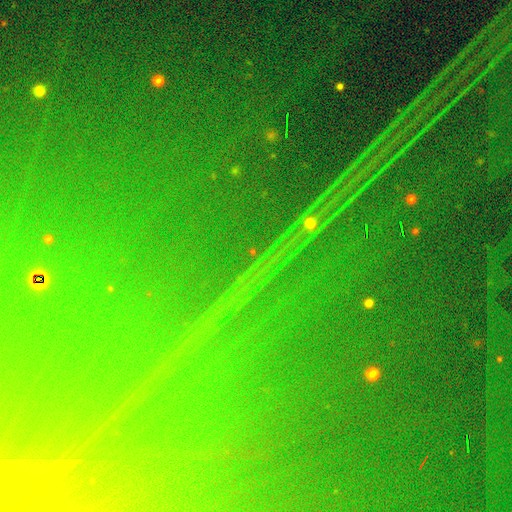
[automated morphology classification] Smooth or featured?
  - star or artifact: 87% *
  - featured or disk: 7%
  - smooth: 6%